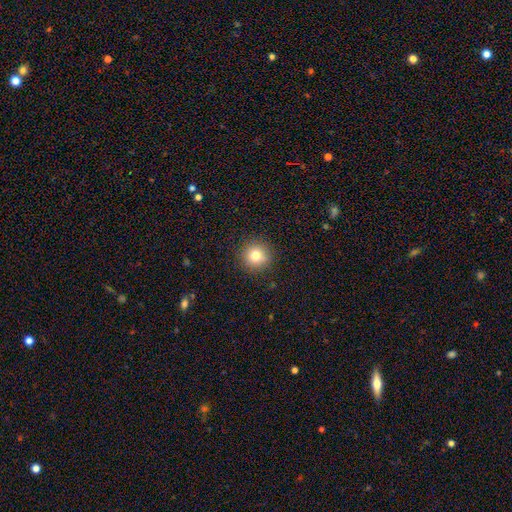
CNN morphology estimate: Smooth or featured? Predicted: smooth (p=0.79). How rounded? Predicted: round (p=0.94). Merging? Predicted: none (p=0.90).